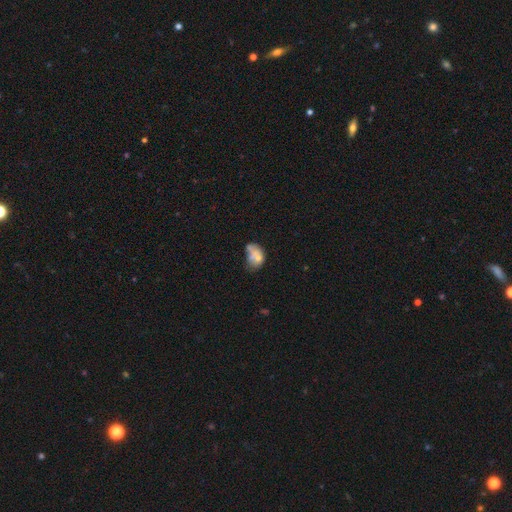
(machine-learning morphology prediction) This is possibly a smooth galaxy (60%). How rounded: likely in between (73%). Merging: marginally none (27%).